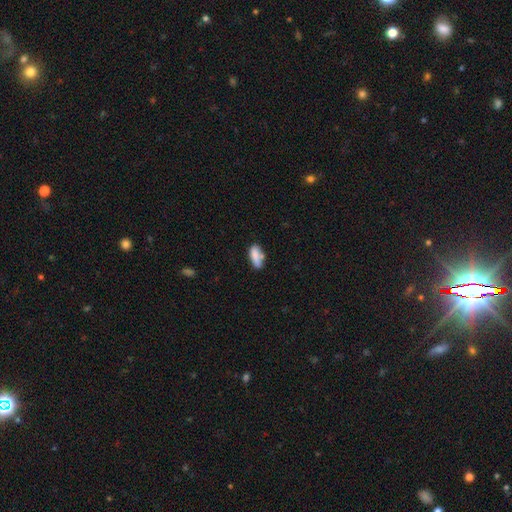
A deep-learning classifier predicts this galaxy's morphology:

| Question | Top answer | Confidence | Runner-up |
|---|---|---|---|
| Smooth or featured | smooth | 81% | featured or disk (11%) |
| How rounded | in between | 73% | cigar-shaped (24%) |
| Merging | none | 59% | minor disturbance (24%) |